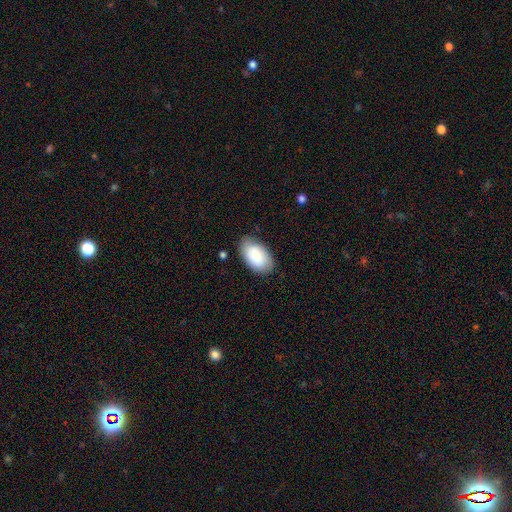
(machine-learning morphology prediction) Q: Smooth or featured?
A: smooth (84%); runner-up: featured or disk (10%)
Q: How rounded?
A: in between (95%); runner-up: round (4%)
Q: Merging?
A: none (78%); runner-up: minor disturbance (17%)